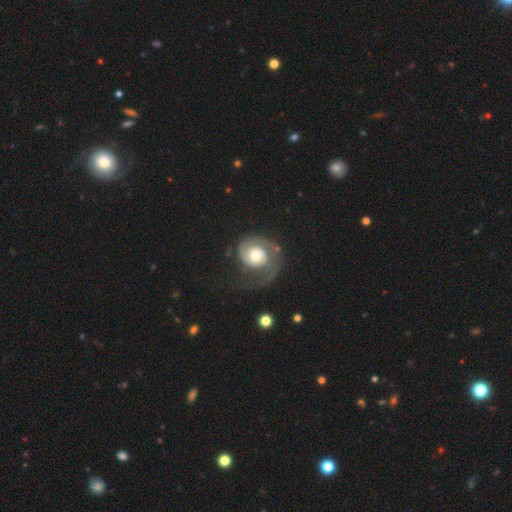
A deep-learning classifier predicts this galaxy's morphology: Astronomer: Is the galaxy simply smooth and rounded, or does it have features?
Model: featured or disk — 79%.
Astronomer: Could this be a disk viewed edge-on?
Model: no — 98%.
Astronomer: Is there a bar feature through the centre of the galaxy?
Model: no — 77%.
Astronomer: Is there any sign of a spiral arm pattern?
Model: yes — 94%.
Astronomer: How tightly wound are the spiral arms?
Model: tight — 47% (runner-up: medium, 34%).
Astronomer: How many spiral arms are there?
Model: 1 — 58%.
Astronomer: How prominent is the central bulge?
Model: moderate — 57%.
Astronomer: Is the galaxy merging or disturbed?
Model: none — 48% (runner-up: major disturbance, 32%).